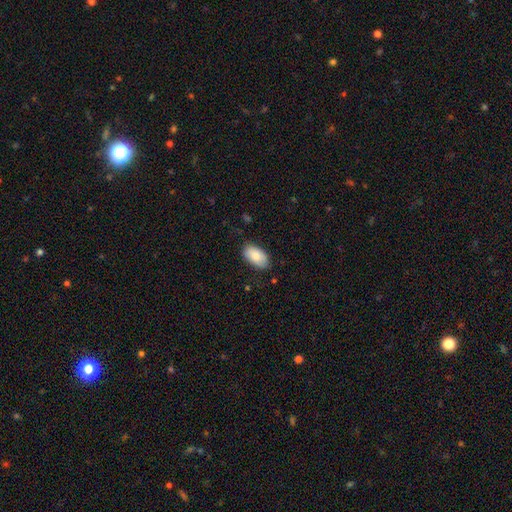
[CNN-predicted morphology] Smooth or featured: smooth — 81% (featured or disk — 13%)
How rounded: in between — 94% (round — 4%)
Merging: none — 79% (minor disturbance — 17%)